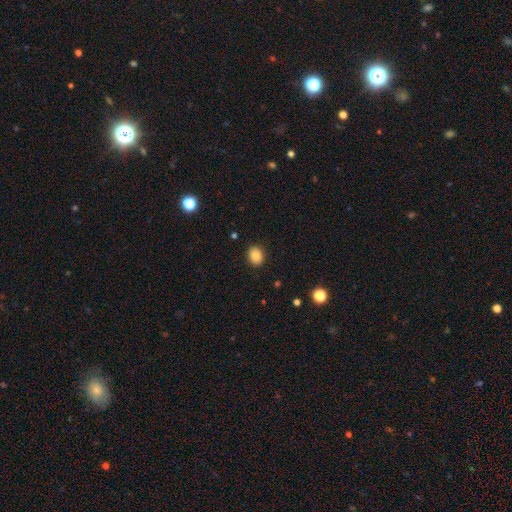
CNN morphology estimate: Q: Smooth or featured?
A: smooth (87%); runner-up: star or artifact (10%)
Q: How rounded?
A: in between (52%); runner-up: round (48%)
Q: Merging?
A: none (89%); runner-up: minor disturbance (7%)